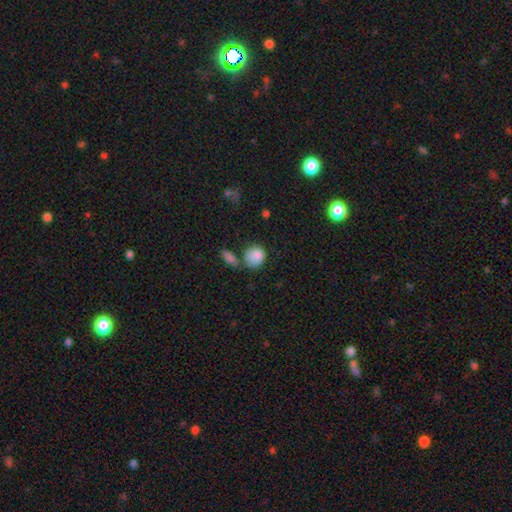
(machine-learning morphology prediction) smooth 85%, star or artifact 8%, featured or disk 8%. Down the decision tree: how rounded — round (66%); merging — none (47%).